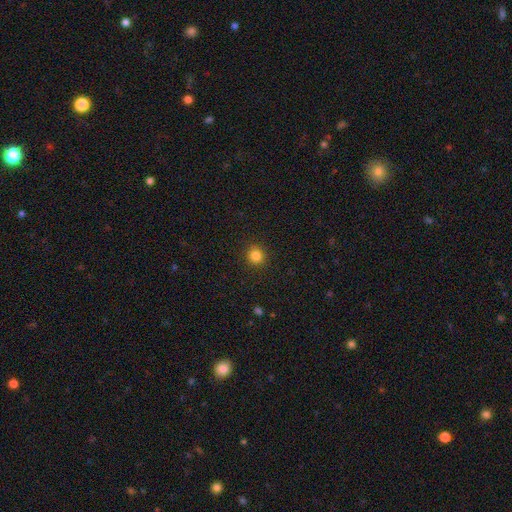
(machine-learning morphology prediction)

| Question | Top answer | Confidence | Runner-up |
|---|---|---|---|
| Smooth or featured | smooth | 83% | star or artifact (12%) |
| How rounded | round | 92% | in between (8%) |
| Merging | none | 91% | minor disturbance (6%) |